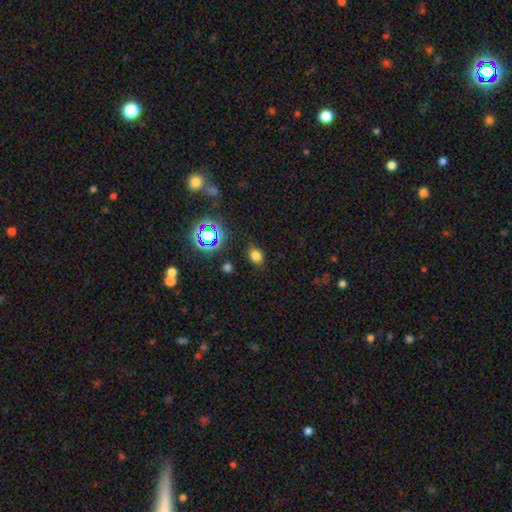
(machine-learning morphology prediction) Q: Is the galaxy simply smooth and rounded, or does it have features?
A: smooth — 74%.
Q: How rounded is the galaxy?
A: in between — 57%.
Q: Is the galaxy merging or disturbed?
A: none — 85%.